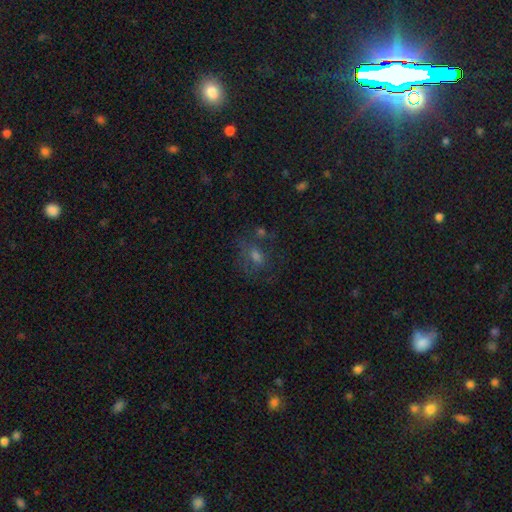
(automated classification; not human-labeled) A smooth galaxy with no disk features (41%). Merging: none (58%).